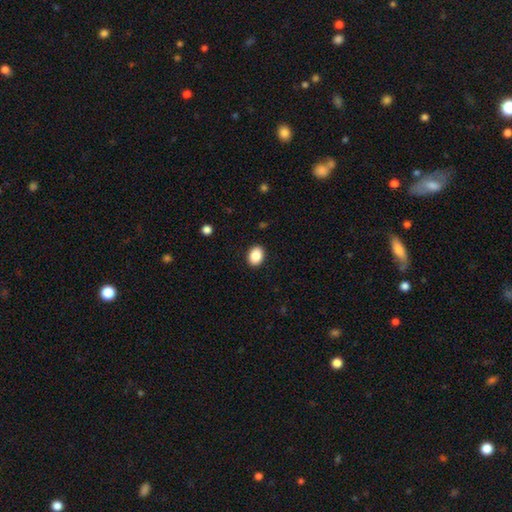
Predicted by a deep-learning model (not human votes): Smooth or featured? smooth (88%)
How rounded? in between (64%)
Merging? none (90%)